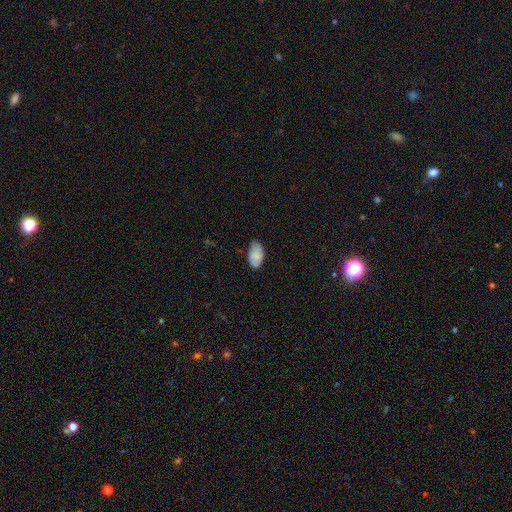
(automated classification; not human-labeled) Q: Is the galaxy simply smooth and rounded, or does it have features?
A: smooth — 86%.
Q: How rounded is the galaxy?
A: in between — 94%.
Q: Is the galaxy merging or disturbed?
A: none — 76%.